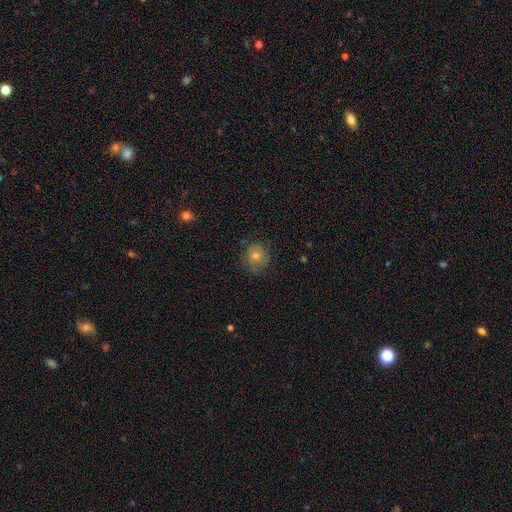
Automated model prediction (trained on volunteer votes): smooth_or_featured: smooth (p=0.45) [alt: featured or disk p=0.39]
merging: none (p=0.72) [alt: minor disturbance p=0.19]